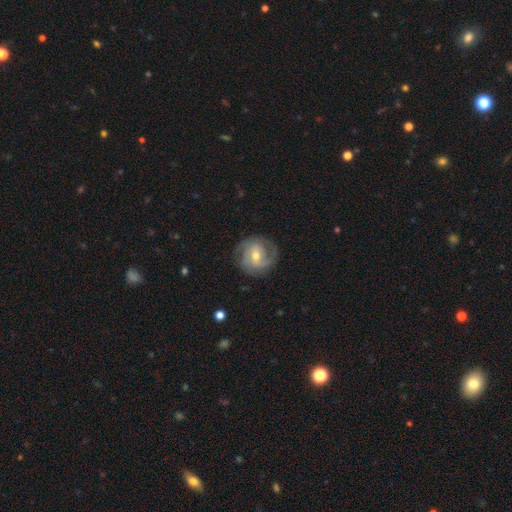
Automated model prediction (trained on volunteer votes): Smooth or featured?
  - featured or disk: 81% *
  - smooth: 14%
  - star or artifact: 6%
Edge-on disk?
  - no: 97% *
  - yes: 3%
Bar?
  - weak: 48% *
  - no: 35%
  - strong: 17%
Spiral arms?
  - yes: 93% *
  - no: 7%
Spiral winding?
  - medium: 43% *
  - tight: 42%
  - loose: 15%
Spiral arm count?
  - 2: 46% *
  - 3: 24%
  - can't tell: 17%
  - 1: 5%
  - 4: 5%
  - more than 4: 4%
Bulge size?
  - moderate: 61% *
  - small: 35%
  - large: 2%
  - none: 1%
  - dominant: 1%
Merging?
  - none: 79% *
  - minor disturbance: 14%
  - major disturbance: 6%
  - merger: 1%